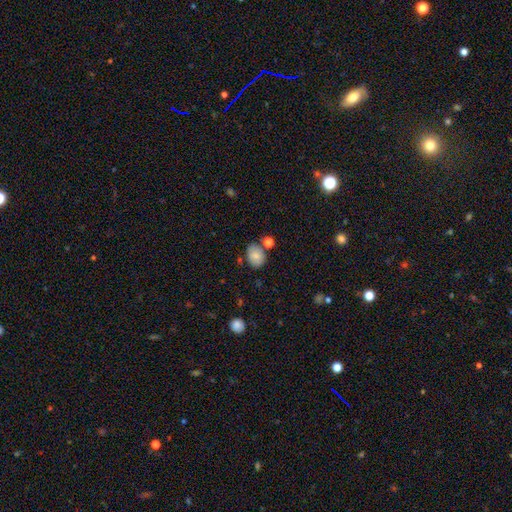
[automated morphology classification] Smooth or featured?
  - smooth: 81% *
  - featured or disk: 10%
  - star or artifact: 9%
How rounded?
  - in between: 62% *
  - round: 37%
  - cigar-shaped: 1%
Merging?
  - none: 73% *
  - minor disturbance: 15%
  - merger: 9%
  - major disturbance: 3%